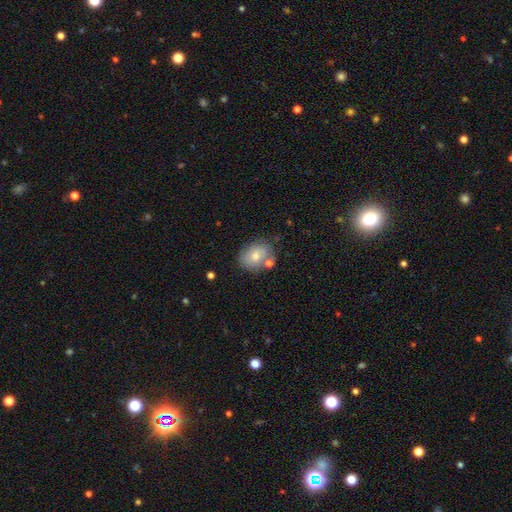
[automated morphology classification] This is likely a smooth galaxy (74%). How rounded: possibly in between (57%). Merging: likely none (68%).